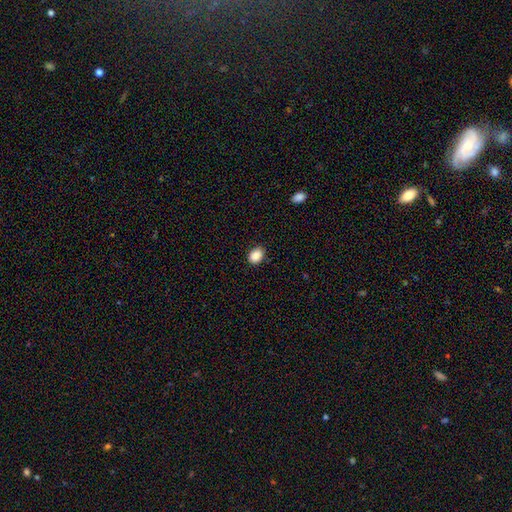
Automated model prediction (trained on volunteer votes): Smooth or featured?
  - smooth: 89% *
  - star or artifact: 8%
  - featured or disk: 3%
How rounded?
  - in between: 68% *
  - round: 31%
  - cigar-shaped: 1%
Merging?
  - none: 87% *
  - minor disturbance: 10%
  - major disturbance: 2%
  - merger: 1%